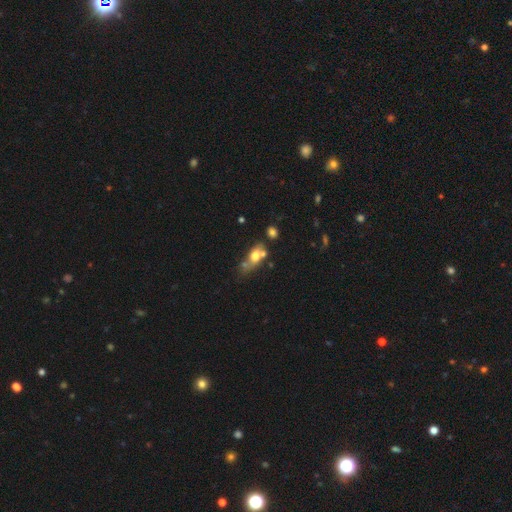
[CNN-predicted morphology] Q: Smooth or featured?
A: smooth (60%); runner-up: featured or disk (28%)
Q: How rounded?
A: in between (62%); runner-up: round (27%)
Q: Merging?
A: merger (42%); runner-up: none (31%)